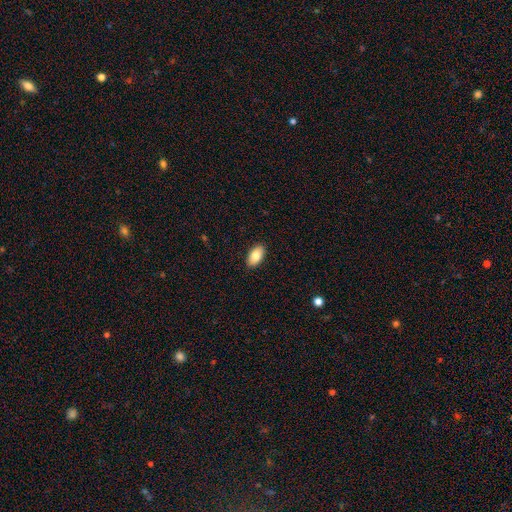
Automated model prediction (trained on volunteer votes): smooth 86%, featured or disk 7%, star or artifact 7%. Down the decision tree: how rounded — in between (94%); merging — none (90%).